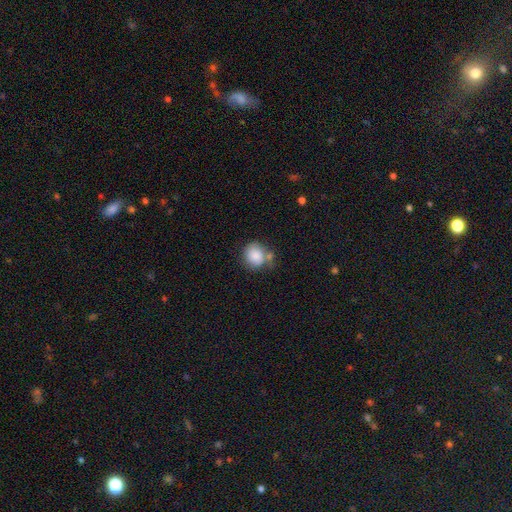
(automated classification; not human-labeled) A smooth galaxy with no disk features (85%) that is round (74%).

Vote fractions:
- Smooth or featured? smooth: 85% / featured or disk: 8% / star or artifact: 8%
- How rounded? round: 74% / in between: 25% / cigar-shaped: 1%
- Merging? none: 51% / minor disturbance: 22% / merger: 20% / major disturbance: 8%